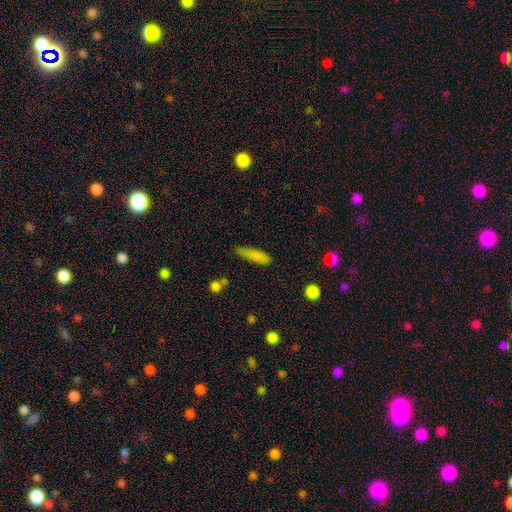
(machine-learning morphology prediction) Smooth or featured? Predicted: smooth (p=0.81). How rounded? Predicted: cigar-shaped (p=0.70). Merging? Predicted: none (p=0.66).